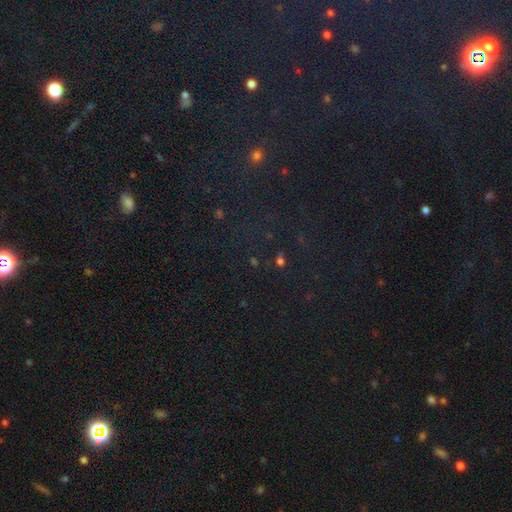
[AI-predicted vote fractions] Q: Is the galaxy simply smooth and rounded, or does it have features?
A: star or artifact — 79%.